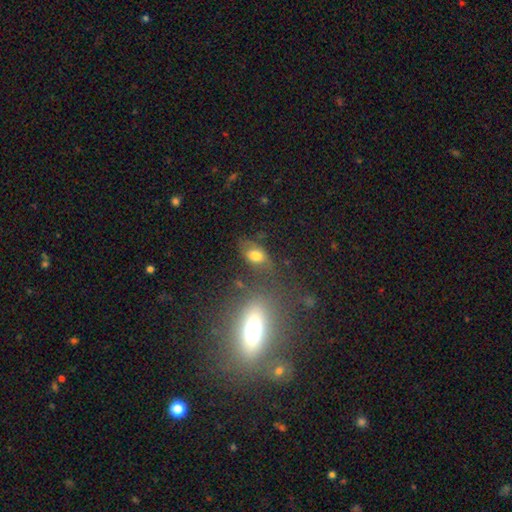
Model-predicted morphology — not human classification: smooth-or-featured: smooth: 71% | featured or disk: 16% | star or artifact: 13%
  how-rounded: in between: 83% | round: 14% | cigar-shaped: 3%
  merging: none: 57% | minor disturbance: 22% | major disturbance: 11% | merger: 10%